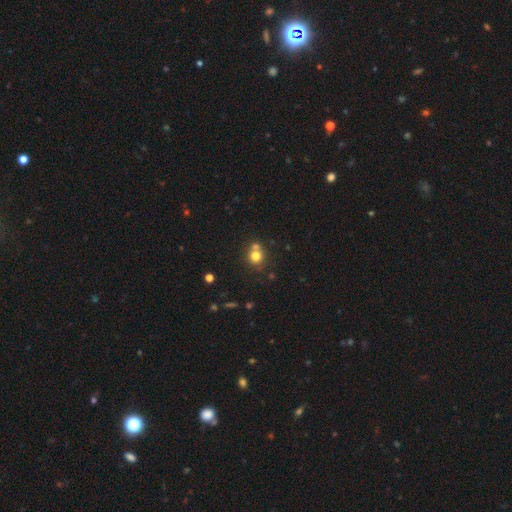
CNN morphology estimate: type=smooth (76%); roundness=round (87%); merging=none (55%).